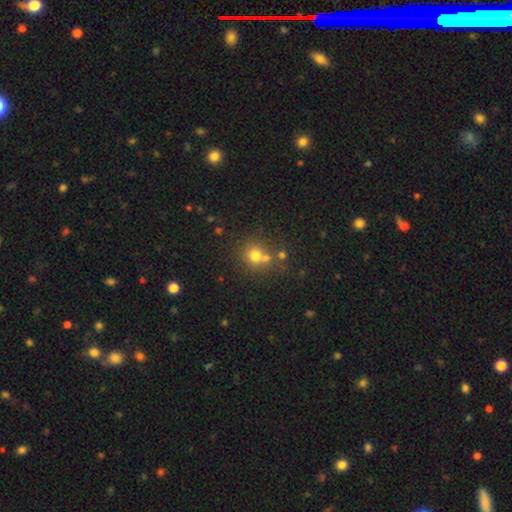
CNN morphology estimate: The model was most divided on "merging": none: 55%, merger: 32%, minor disturbance: 9%, major disturbance: 4%. More confident: how rounded — round (85%); smooth or featured — smooth (71%).